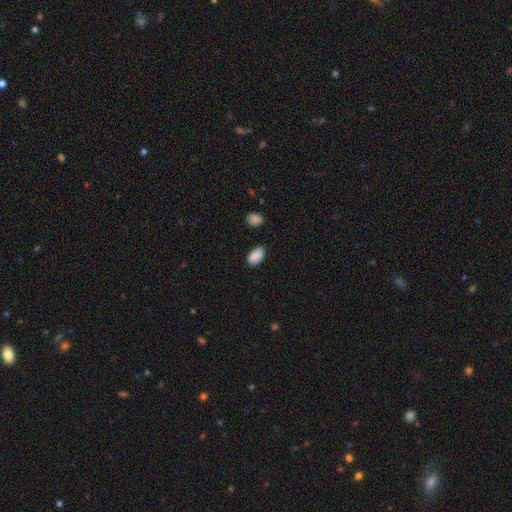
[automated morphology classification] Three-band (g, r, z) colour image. It shows a smooth galaxy with no disk features (89%) that is in between round and cigar-shaped (93%). Merging: none (84%).